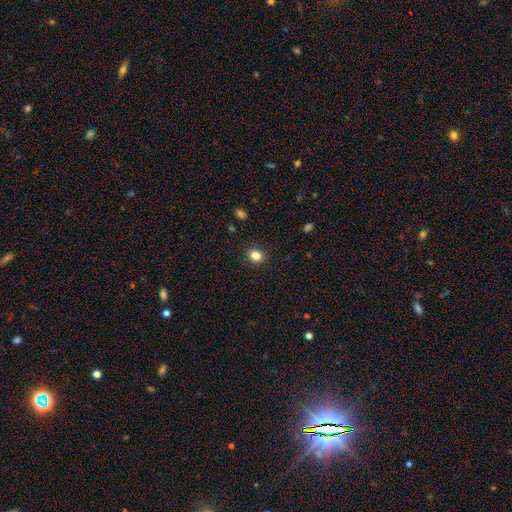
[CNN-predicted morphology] smooth 83%, star or artifact 12%, featured or disk 5%. Down the decision tree: how rounded — round (66%); merging — none (90%).